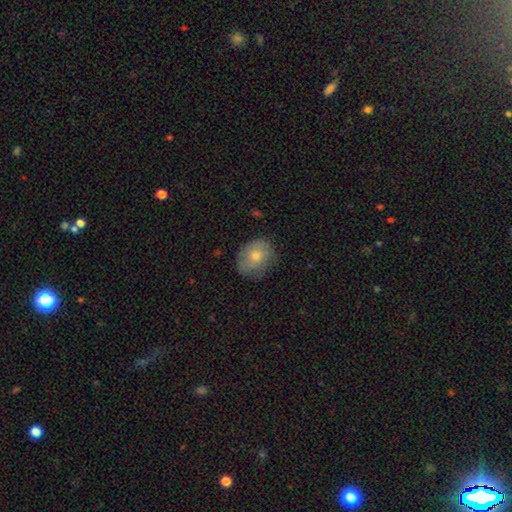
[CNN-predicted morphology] type=smooth (69%); roundness=round (58%); merging=none (75%).